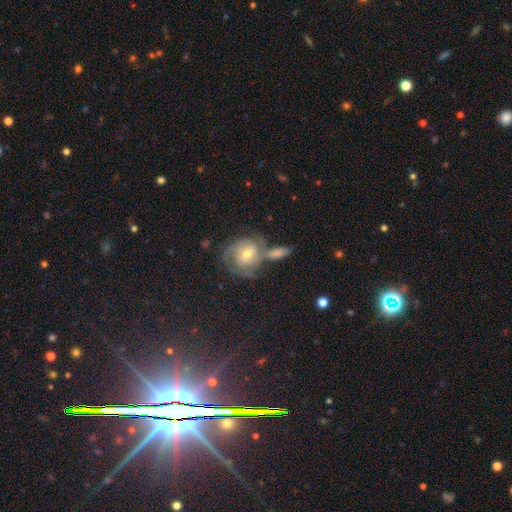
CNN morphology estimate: smooth_or_featured: star or artifact (p=0.49) [alt: smooth p=0.26]